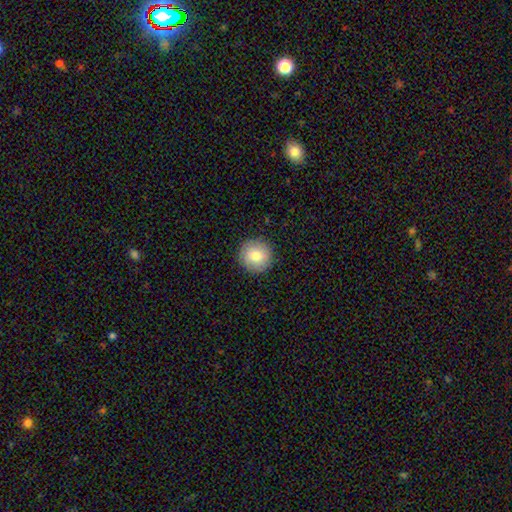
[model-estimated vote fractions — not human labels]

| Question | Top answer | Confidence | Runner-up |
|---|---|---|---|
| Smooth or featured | smooth | 81% | featured or disk (11%) |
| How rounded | round | 94% | in between (5%) |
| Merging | none | 91% | minor disturbance (6%) |